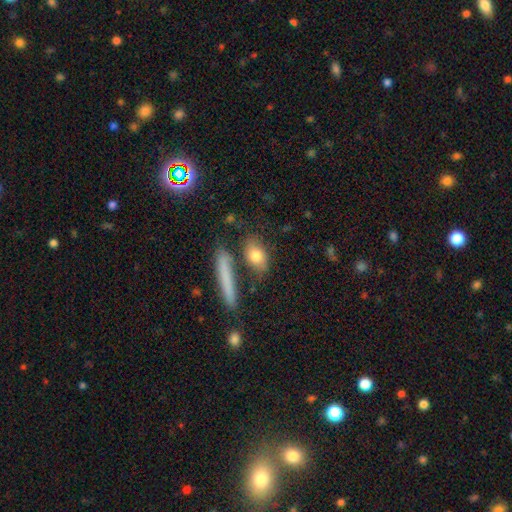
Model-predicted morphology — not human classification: A smooth galaxy with no disk features (76%) that is in between round and cigar-shaped (66%).

Vote fractions:
- Smooth or featured? smooth: 76% / featured or disk: 16% / star or artifact: 8%
- How rounded? in between: 66% / round: 19% / cigar-shaped: 16%
- Merging? none: 66% / minor disturbance: 15% / merger: 13% / major disturbance: 6%